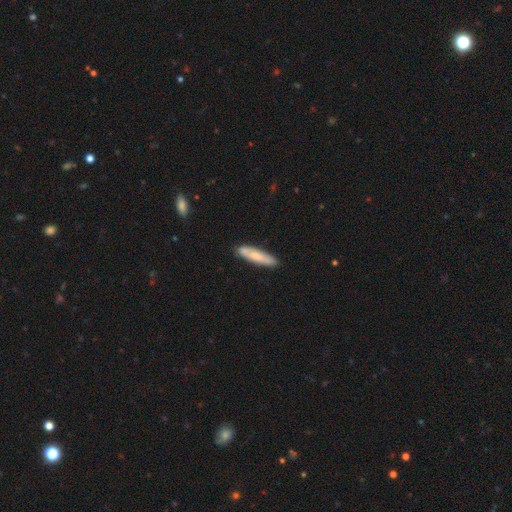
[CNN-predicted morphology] Overall: smooth (66%; featured or disk 28%). How rounded: cigar-shaped (83%). Merging: none (83%).